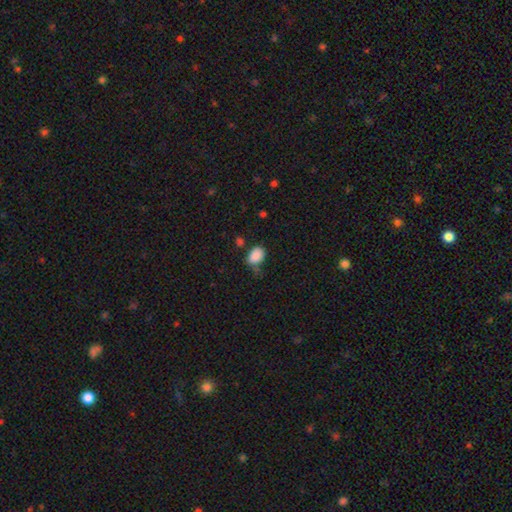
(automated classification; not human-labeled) Smooth or featured: smooth — 87% (star or artifact — 9%)
How rounded: in between — 76% (round — 23%)
Merging: none — 58% (minor disturbance — 28%)